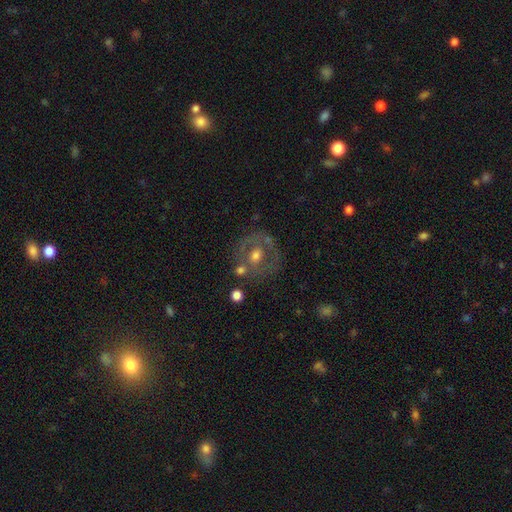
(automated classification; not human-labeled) Smooth or featured? featured or disk (57%)
Edge-on disk? no (96%)
Bar? no (75%)
Spiral arms? no (78%)
Bulge size? moderate (73%)
Merging? none (69%)